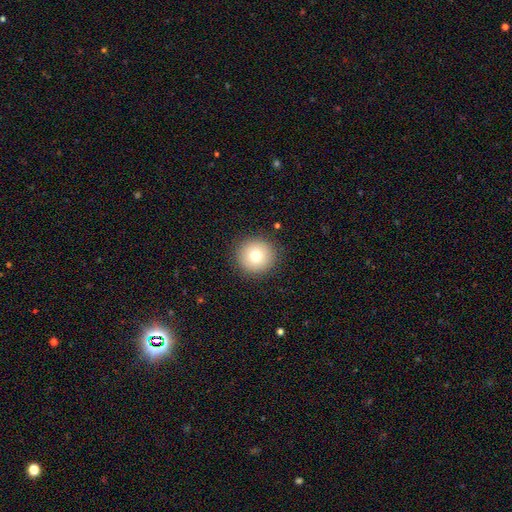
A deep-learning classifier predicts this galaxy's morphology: A smooth galaxy with no disk features (76%) that is round (95%).

Vote fractions:
- Smooth or featured? smooth: 76% / featured or disk: 13% / star or artifact: 12%
- How rounded? round: 95% / in between: 4% / cigar-shaped: 1%
- Merging? none: 90% / minor disturbance: 6% / major disturbance: 2% / merger: 1%